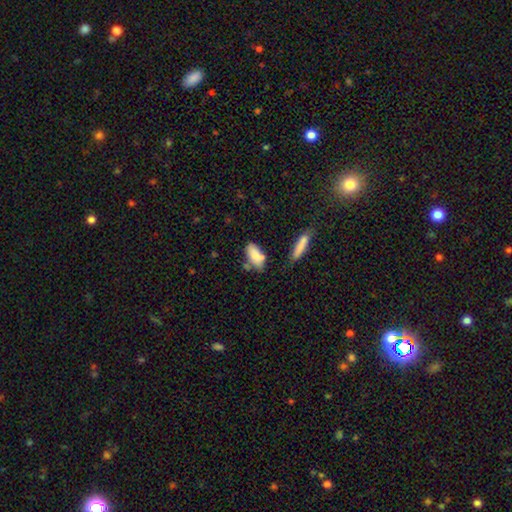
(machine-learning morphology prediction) This is clearly a smooth galaxy (82%). How rounded: clearly in between (84%). Merging: possibly none (54%).